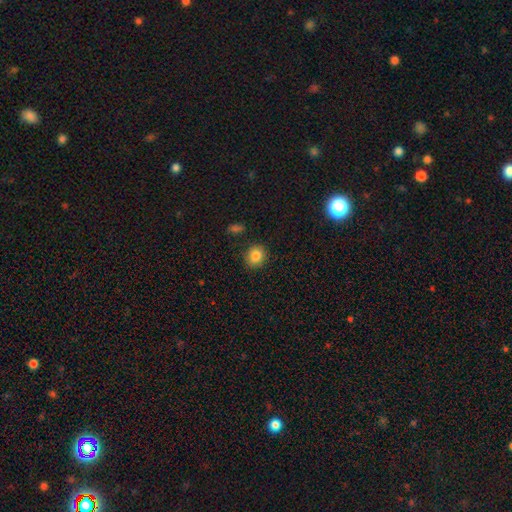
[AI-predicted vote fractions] A smooth galaxy with no disk features (84%) that is round (81%).

Vote fractions:
- Smooth or featured? smooth: 84% / star or artifact: 10% / featured or disk: 6%
- How rounded? round: 81% / in between: 18% / cigar-shaped: 1%
- Merging? none: 87% / minor disturbance: 8% / major disturbance: 2% / merger: 2%